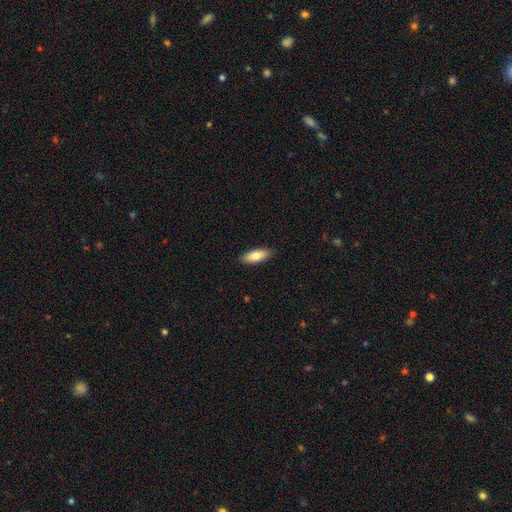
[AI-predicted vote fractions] This is likely a smooth galaxy (80%). How rounded: likely in between (70%). Merging: clearly none (89%).